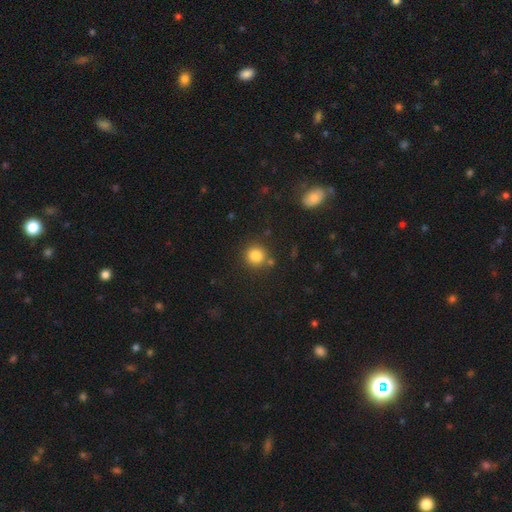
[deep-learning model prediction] Smooth or featured? smooth (83%)
How rounded? round (91%)
Merging? none (82%)